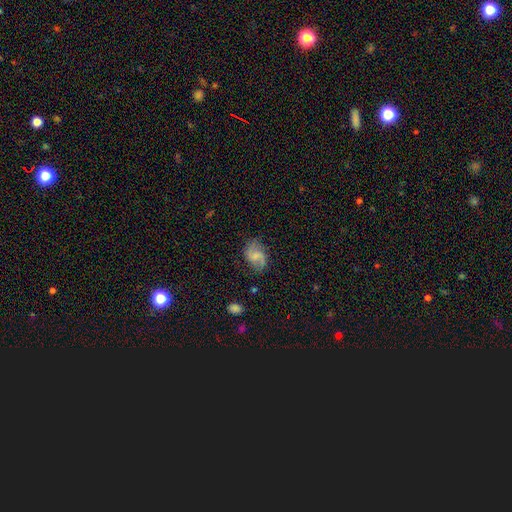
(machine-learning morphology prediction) Smooth or featured? Predicted: featured or disk (p=0.56). Edge-on disk? Predicted: no (p=0.97). Bar? Predicted: weak (p=0.51). Spiral arms? Predicted: yes (p=0.88). Bulge size? Predicted: small (p=0.43). Merging? Predicted: none (p=0.67).